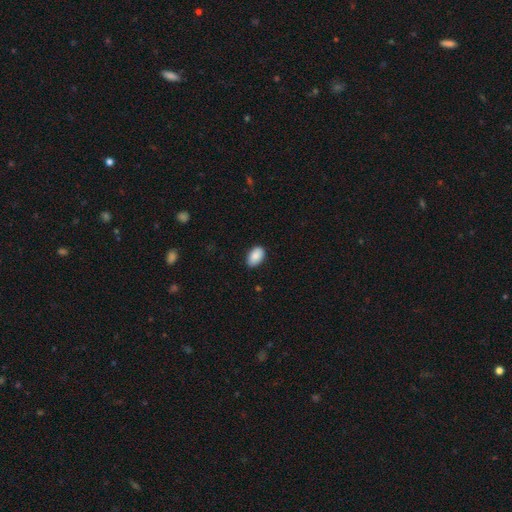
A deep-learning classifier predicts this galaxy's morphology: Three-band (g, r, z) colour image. It shows a smooth galaxy with no disk features (89%) that is in between round and cigar-shaped (93%). Merging: none (87%).